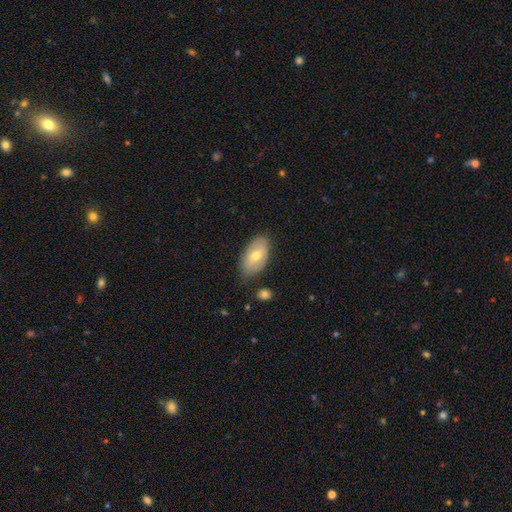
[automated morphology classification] smooth-or-featured: smooth: 66% | featured or disk: 27% | star or artifact: 7%
  how-rounded: in between: 94% | round: 4% | cigar-shaped: 2%
  merging: none: 79% | minor disturbance: 16% | major disturbance: 3% | merger: 2%